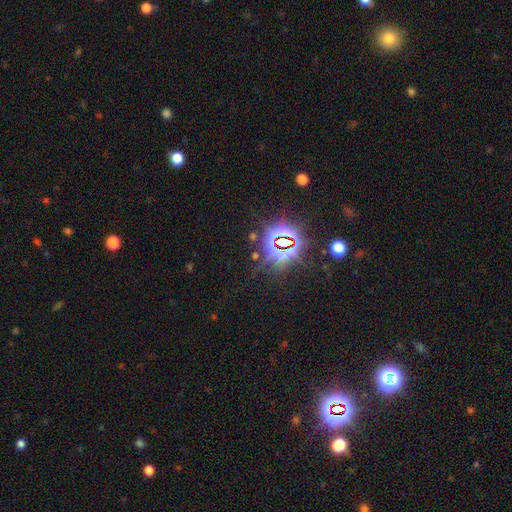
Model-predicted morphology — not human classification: smooth_or_featured: star or artifact (p=0.82) [alt: smooth p=0.10]